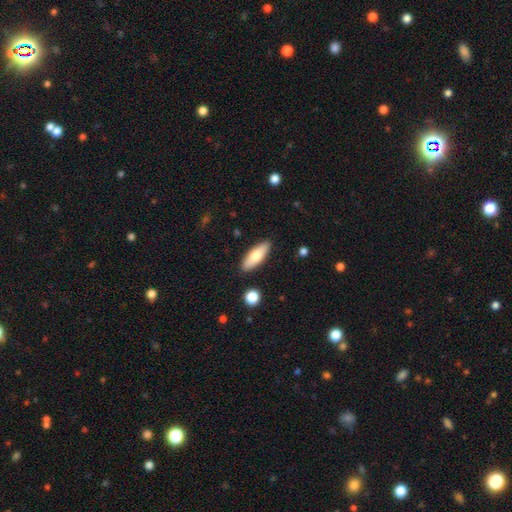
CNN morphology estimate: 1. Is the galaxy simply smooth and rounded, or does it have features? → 69% smooth, 25% featured or disk, 6% star or artifact.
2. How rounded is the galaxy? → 67% in between, 30% cigar-shaped, 2% round.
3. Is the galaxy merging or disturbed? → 88% none, 8% minor disturbance, 2% major disturbance, 2% merger.